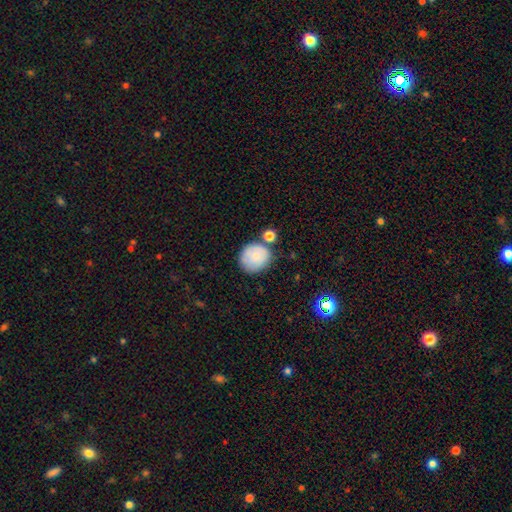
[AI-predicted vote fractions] A smooth galaxy with no disk features (77%) that is round (81%).

Vote fractions:
- Smooth or featured? smooth: 77% / featured or disk: 15% / star or artifact: 8%
- How rounded? round: 81% / in between: 19% / cigar-shaped: 1%
- Merging? none: 63% / minor disturbance: 19% / merger: 13% / major disturbance: 6%